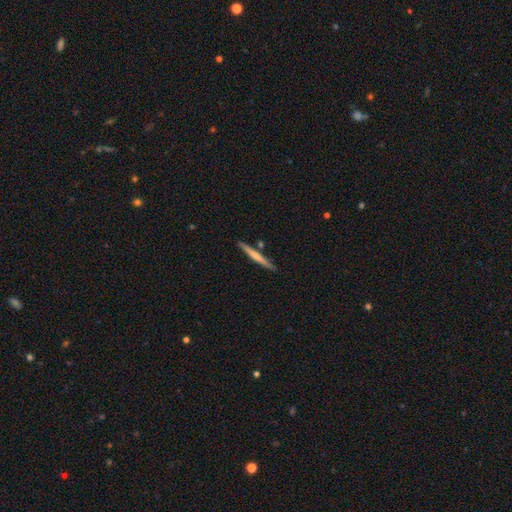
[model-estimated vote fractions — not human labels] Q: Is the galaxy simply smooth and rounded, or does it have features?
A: smooth — 51%.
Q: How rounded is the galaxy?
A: cigar-shaped — 96%.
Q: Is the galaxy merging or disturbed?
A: none — 85%.